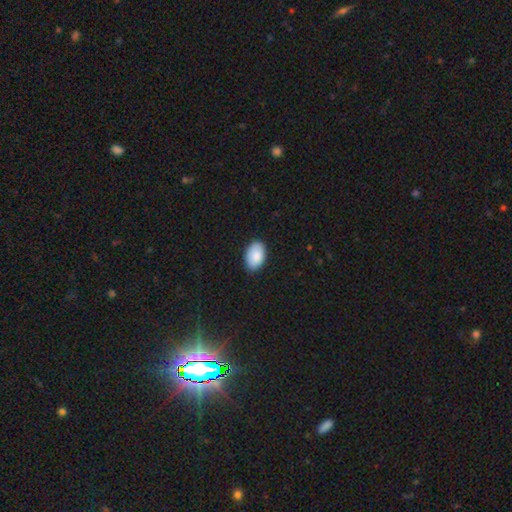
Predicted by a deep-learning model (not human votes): Smooth or featured: smooth — 88% (star or artifact — 6%)
How rounded: in between — 93% (round — 6%)
Merging: none — 86% (minor disturbance — 11%)